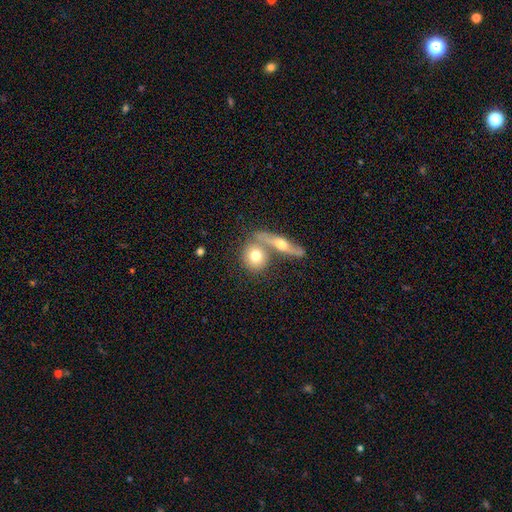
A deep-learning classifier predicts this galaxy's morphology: This is likely a smooth galaxy (67%). How rounded: likely round (74%). Merging: possibly none (50%).